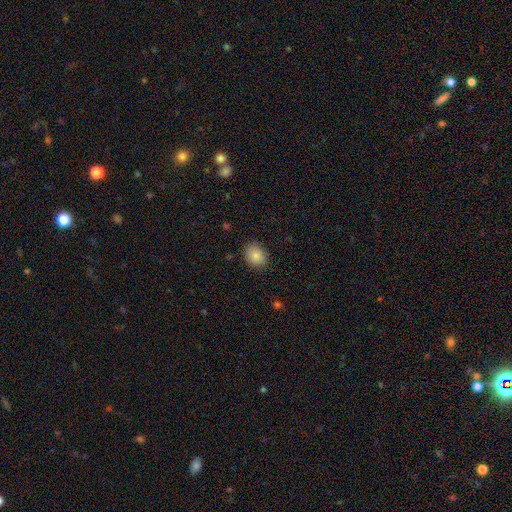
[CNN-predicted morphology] smooth 85%, star or artifact 9%, featured or disk 6%. Down the decision tree: how rounded — in between (51%); merging — none (86%).